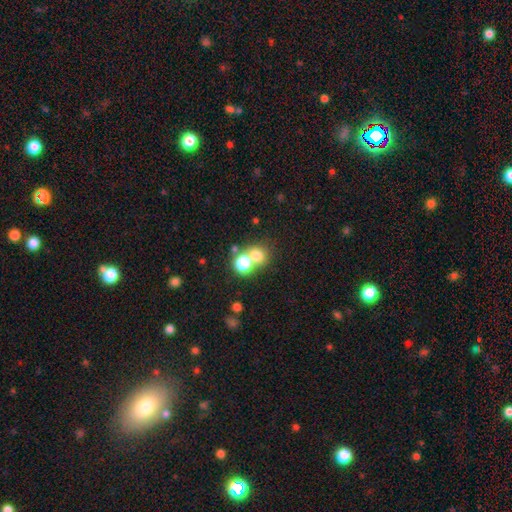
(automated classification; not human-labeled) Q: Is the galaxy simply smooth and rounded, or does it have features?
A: smooth — 71%.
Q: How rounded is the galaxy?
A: round — 77%.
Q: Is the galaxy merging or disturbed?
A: none — 45%, tied with merger.